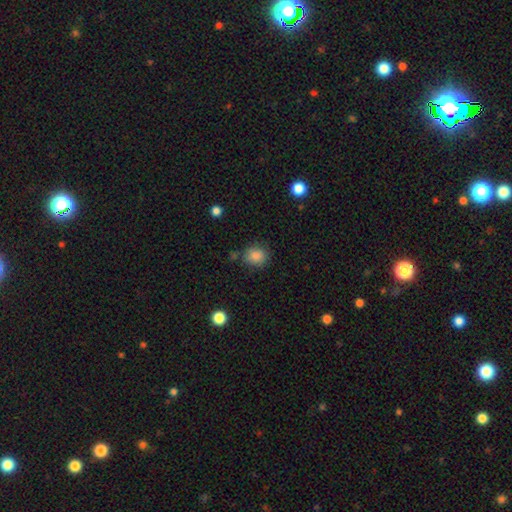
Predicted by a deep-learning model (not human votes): A smooth galaxy with no disk features (86%) that is round (77%).

Vote fractions:
- Smooth or featured? smooth: 86% / star or artifact: 10% / featured or disk: 5%
- How rounded? round: 77% / in between: 23% / cigar-shaped: 1%
- Merging? none: 78% / minor disturbance: 13% / merger: 5% / major disturbance: 4%